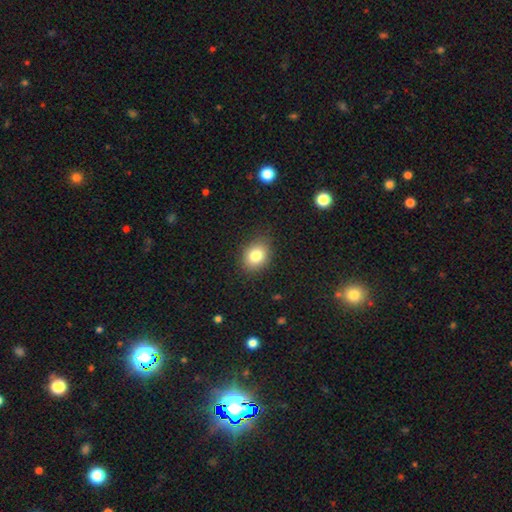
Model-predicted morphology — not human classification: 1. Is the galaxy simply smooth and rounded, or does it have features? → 82% smooth, 10% star or artifact, 8% featured or disk.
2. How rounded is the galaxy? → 55% in between, 44% round, 1% cigar-shaped.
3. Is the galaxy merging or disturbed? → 86% none, 10% minor disturbance, 3% major disturbance, 1% merger.